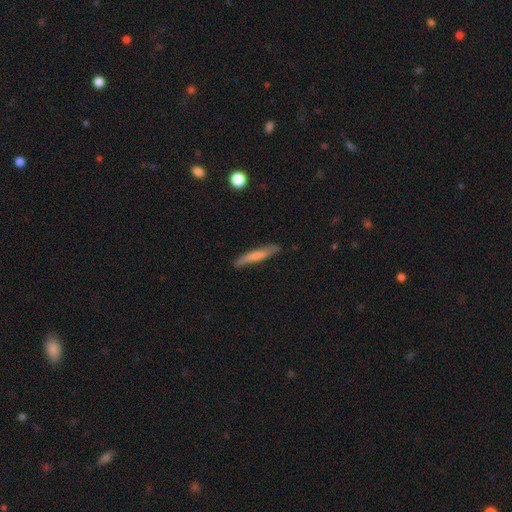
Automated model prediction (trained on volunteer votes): The model was most divided on "smooth or featured": smooth: 62%, featured or disk: 32%, star or artifact: 6%. More confident: how rounded — cigar-shaped (92%); merging — none (80%).